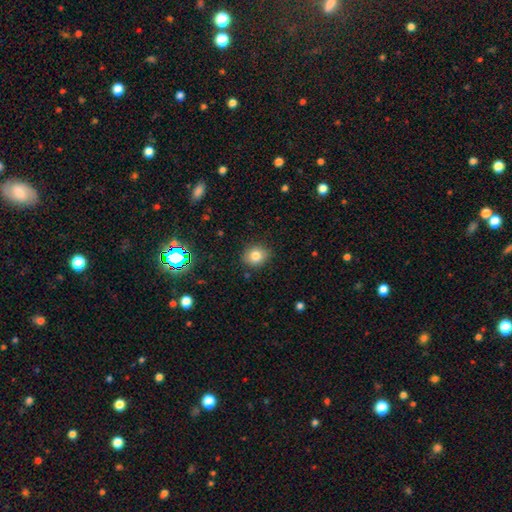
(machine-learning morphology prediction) Smooth or featured: smooth — 80% (star or artifact — 12%)
How rounded: round — 68% (in between — 31%)
Merging: none — 86% (minor disturbance — 10%)